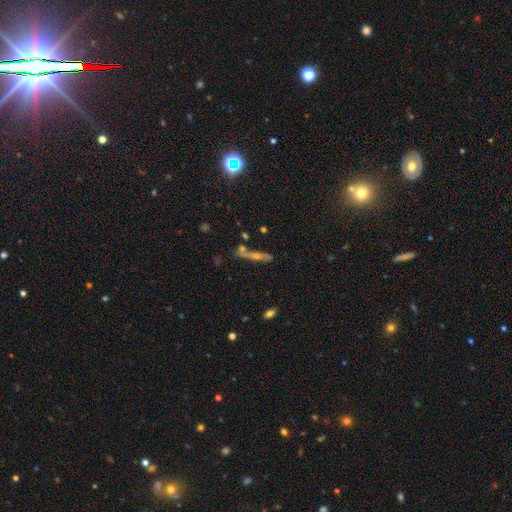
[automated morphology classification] Smooth or featured? Predicted: featured or disk (p=0.53). Edge-on disk? Predicted: yes (p=0.76). Merging? Predicted: none (p=0.58).